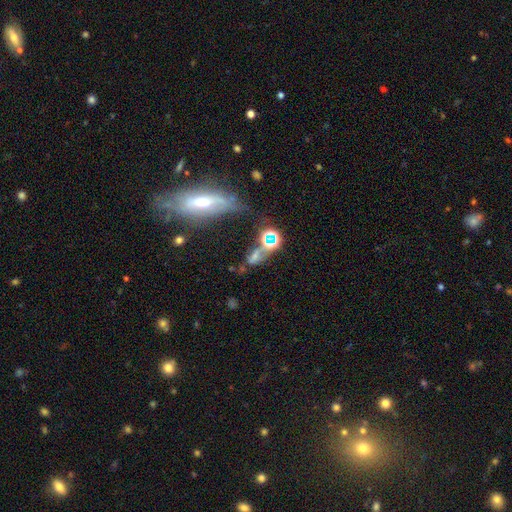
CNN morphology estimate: This is marginally a star or artifact rather than a galaxy (43%).